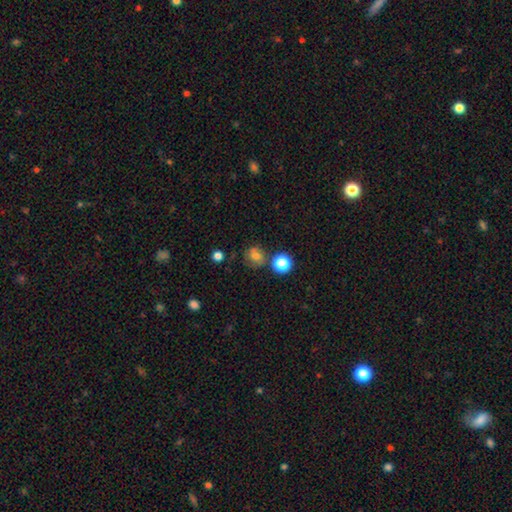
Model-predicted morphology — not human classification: smooth_or_featured: smooth (p=0.71) [alt: star or artifact p=0.16]
how_rounded: round (p=0.82) [alt: in between p=0.17]
merging: none (p=0.66) [alt: minor disturbance p=0.17]